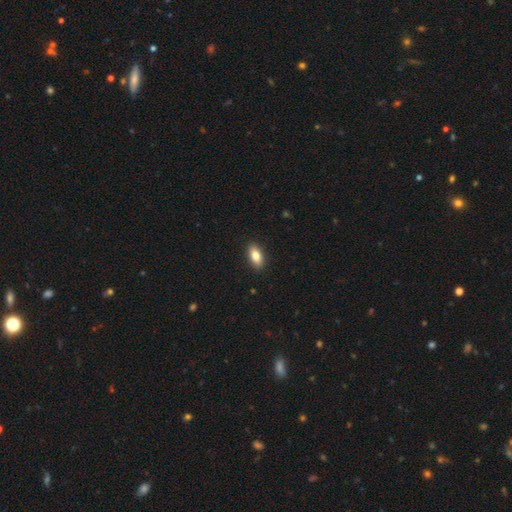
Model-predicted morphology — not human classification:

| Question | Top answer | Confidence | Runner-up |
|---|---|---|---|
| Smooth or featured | smooth | 82% | featured or disk (11%) |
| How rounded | in between | 88% | cigar-shaped (8%) |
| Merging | none | 90% | minor disturbance (8%) |